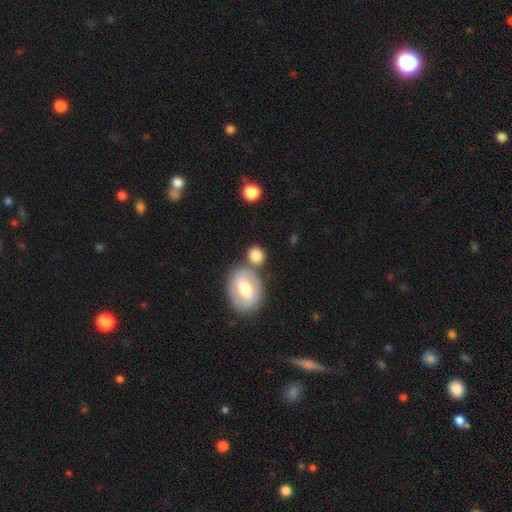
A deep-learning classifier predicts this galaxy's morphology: A smooth galaxy with no disk features (78%) that is round (66%).

Vote fractions:
- Smooth or featured? smooth: 78% / featured or disk: 15% / star or artifact: 7%
- How rounded? round: 66% / in between: 32% / cigar-shaped: 2%
- Merging? none: 59% / merger: 23% / minor disturbance: 13% / major disturbance: 5%